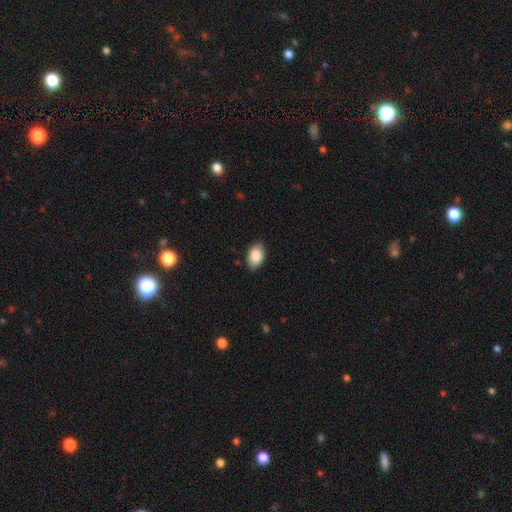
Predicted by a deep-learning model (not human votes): Q: Smooth or featured?
A: smooth (88%); runner-up: star or artifact (6%)
Q: How rounded?
A: in between (92%); runner-up: round (7%)
Q: Merging?
A: none (86%); runner-up: minor disturbance (11%)